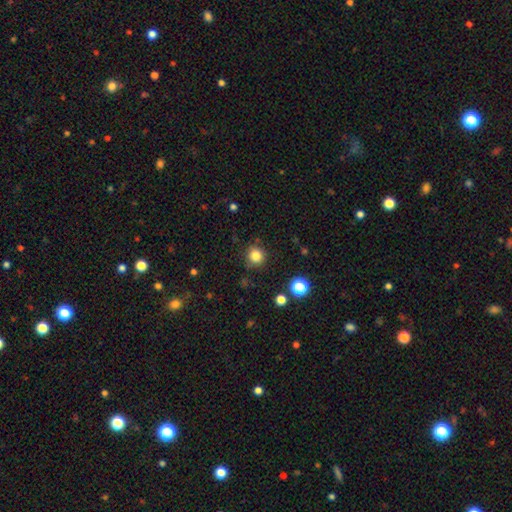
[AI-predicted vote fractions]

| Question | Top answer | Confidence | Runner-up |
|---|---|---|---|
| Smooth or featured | smooth | 82% | star or artifact (13%) |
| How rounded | round | 92% | in between (7%) |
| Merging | none | 85% | minor disturbance (9%) |